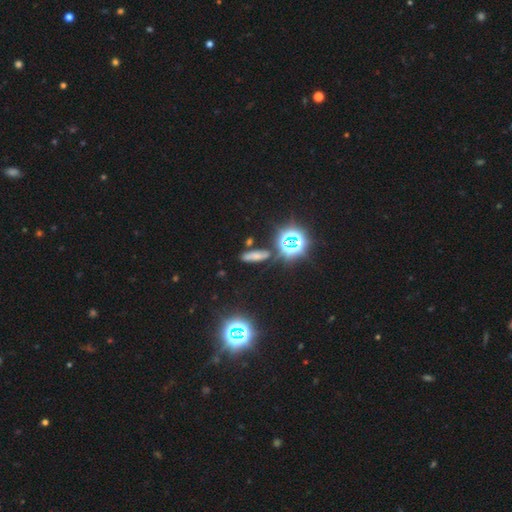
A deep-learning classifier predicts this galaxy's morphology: This is possibly a smooth galaxy (50%). Merging: likely none (77%).